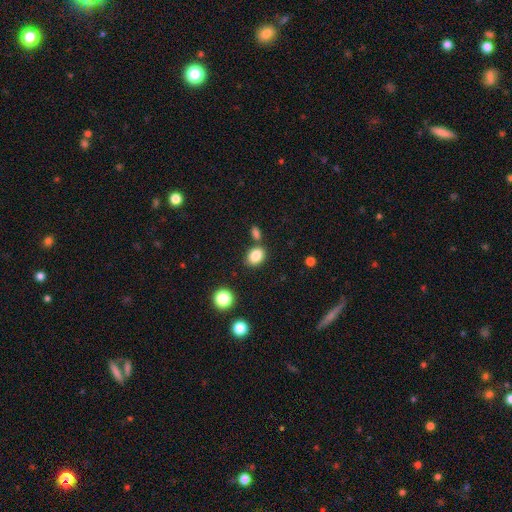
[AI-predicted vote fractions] Smooth or featured?
  - smooth: 84% *
  - star or artifact: 10%
  - featured or disk: 6%
How rounded?
  - in between: 65% *
  - round: 34%
  - cigar-shaped: 1%
Merging?
  - none: 74% *
  - minor disturbance: 11%
  - merger: 11%
  - major disturbance: 3%